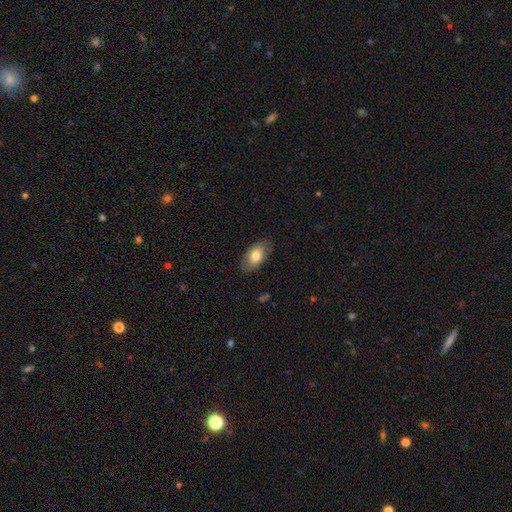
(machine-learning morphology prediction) This is likely a smooth galaxy (76%). How rounded: clearly in between (93%). Merging: clearly none (83%).